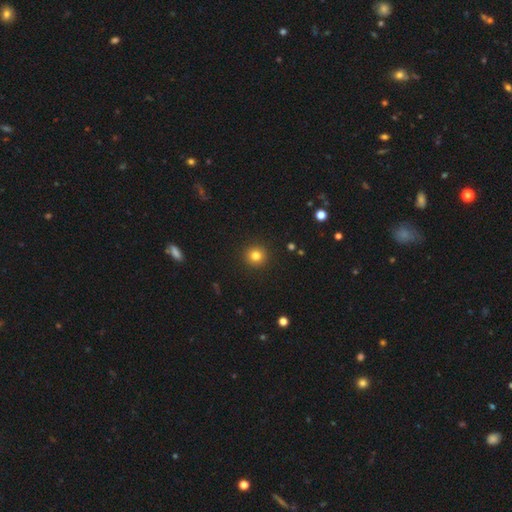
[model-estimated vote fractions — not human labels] A smooth galaxy with no disk features (81%) that is round (94%).

Vote fractions:
- Smooth or featured? smooth: 81% / star or artifact: 12% / featured or disk: 7%
- How rounded? round: 94% / in between: 5% / cigar-shaped: 1%
- Merging? none: 92% / minor disturbance: 5% / major disturbance: 2% / merger: 1%